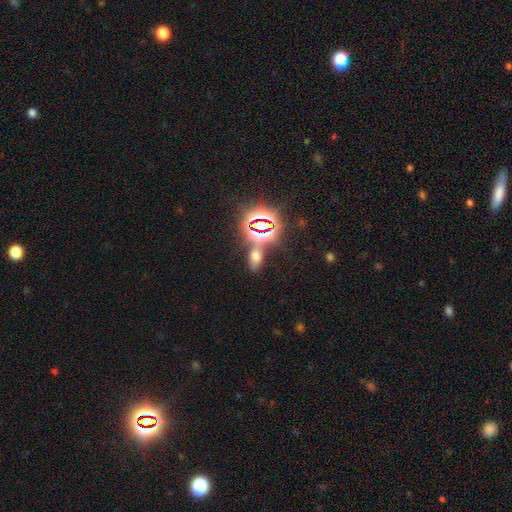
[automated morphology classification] Overall: smooth (49%; star or artifact 40%). Merging: none (66%).